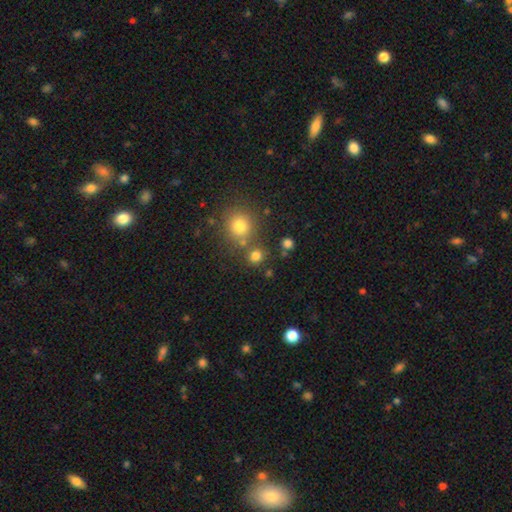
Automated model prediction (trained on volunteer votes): smooth_or_featured: smooth (p=0.78) [alt: star or artifact p=0.16]
how_rounded: round (p=0.84) [alt: in between p=0.15]
merging: none (p=0.73) [alt: merger p=0.15]